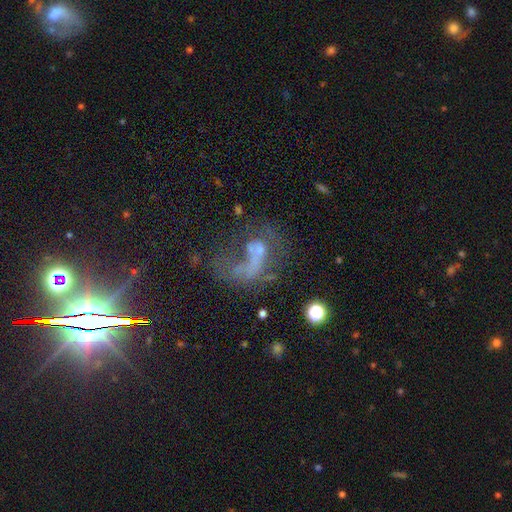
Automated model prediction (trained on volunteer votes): Smooth or featured? featured or disk (51%)
Edge-on disk? no (96%)
Merging? major disturbance (44%)